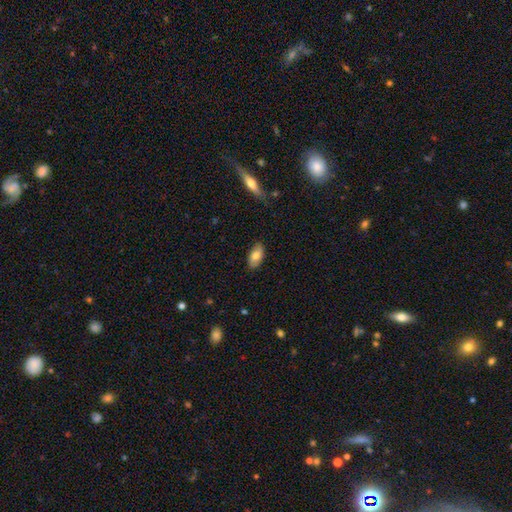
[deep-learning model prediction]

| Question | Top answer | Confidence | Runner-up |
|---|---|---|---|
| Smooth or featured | smooth | 75% | featured or disk (18%) |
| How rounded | in between | 92% | cigar-shaped (6%) |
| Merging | none | 84% | minor disturbance (12%) |